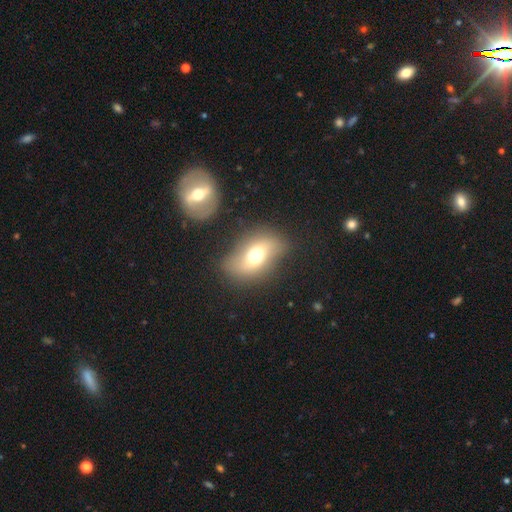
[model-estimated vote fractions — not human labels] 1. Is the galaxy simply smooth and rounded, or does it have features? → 54% smooth, 35% featured or disk, 11% star or artifact.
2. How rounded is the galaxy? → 74% in between, 22% round, 4% cigar-shaped.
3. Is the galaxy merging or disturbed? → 77% none, 14% minor disturbance, 6% major disturbance, 4% merger.